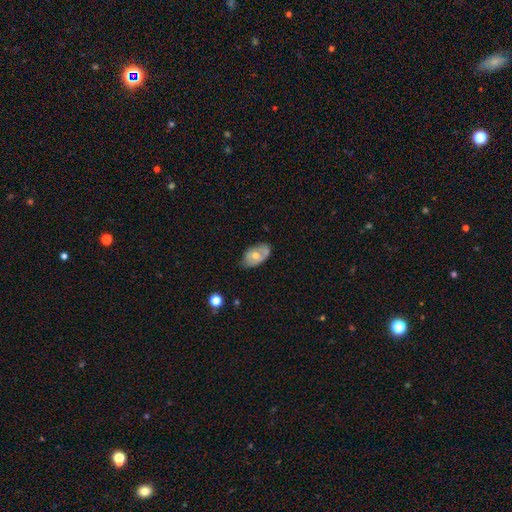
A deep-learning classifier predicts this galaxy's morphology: smooth-or-featured: smooth: 48% | featured or disk: 45% | star or artifact: 7%
  merging: none: 61% | minor disturbance: 29% | major disturbance: 7% | merger: 3%